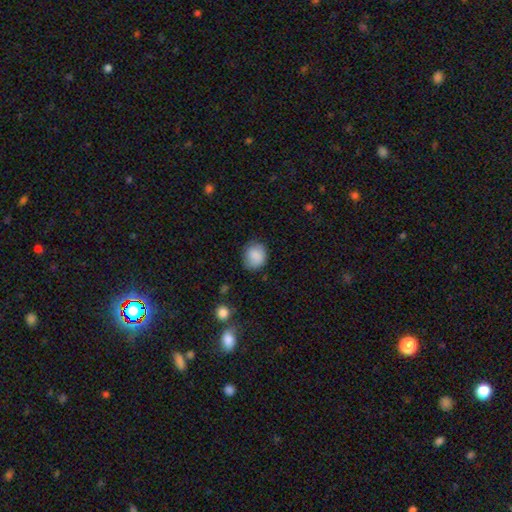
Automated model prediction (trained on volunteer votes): smooth_or_featured: smooth (p=0.85) [alt: star or artifact p=0.08]
how_rounded: round (p=0.68) [alt: in between p=0.32]
merging: none (p=0.74) [alt: minor disturbance p=0.19]